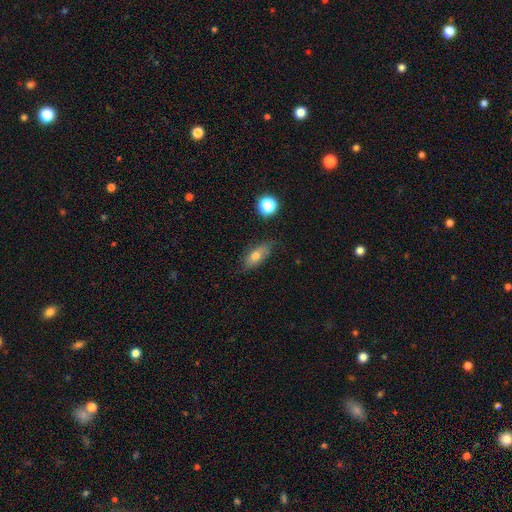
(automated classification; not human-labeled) This appears to be a smooth galaxy with no disk features (67%) that is in between round and cigar-shaped (74%). Merging: none (74%).